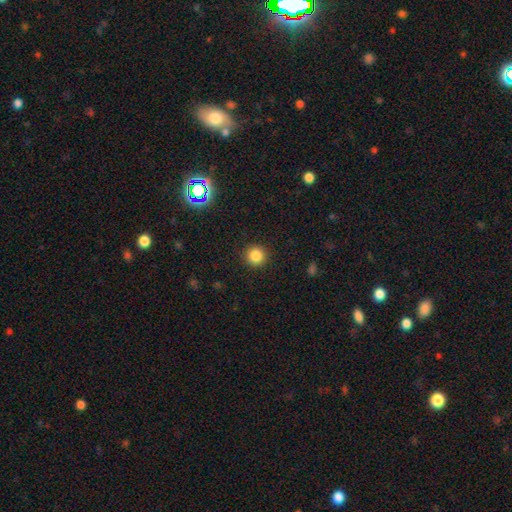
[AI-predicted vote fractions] Overall: smooth (84%). How rounded: round (95%). Merging: none (92%).